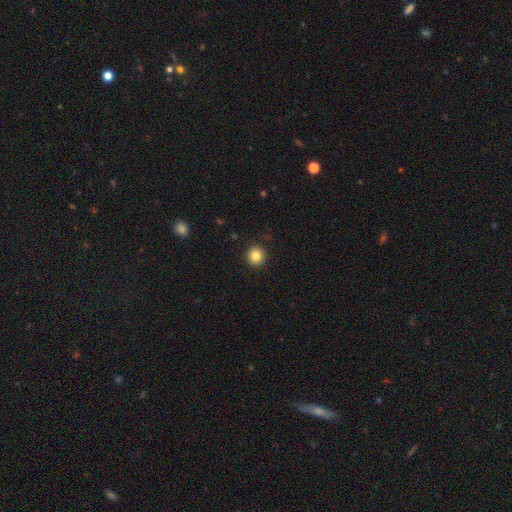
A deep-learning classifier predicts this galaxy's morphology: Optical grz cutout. It shows a smooth galaxy with no disk features (84%) that is round (90%). Merging: none (91%).